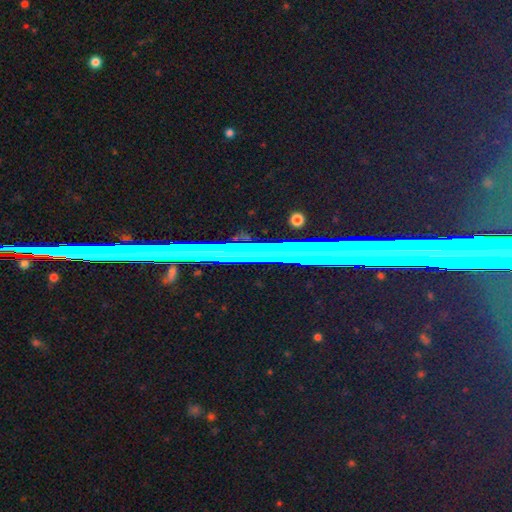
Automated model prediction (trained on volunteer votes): Smooth or featured? Predicted: star or artifact (p=0.73).